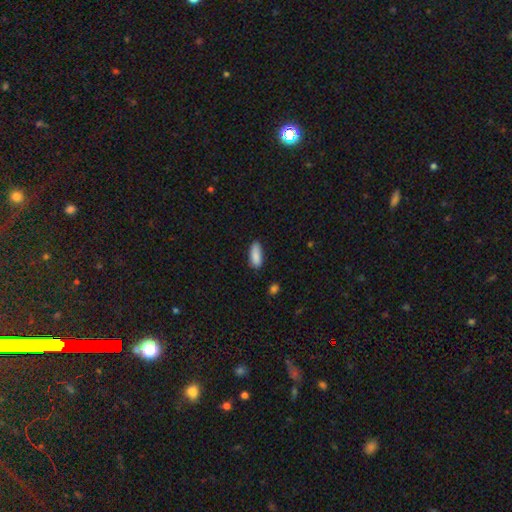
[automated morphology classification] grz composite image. It shows a smooth galaxy with no disk features (88%) that is in between round and cigar-shaped (75%). Merging: none (78%).